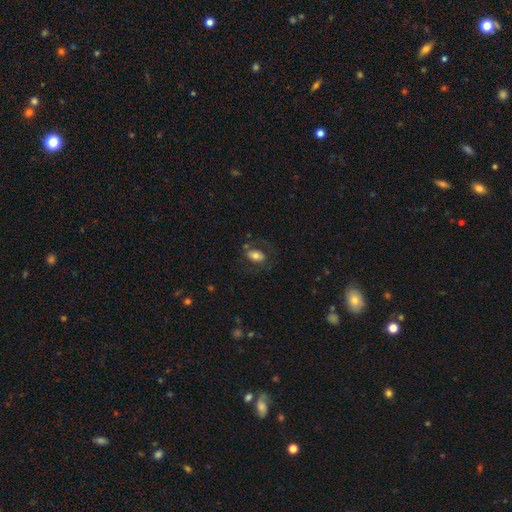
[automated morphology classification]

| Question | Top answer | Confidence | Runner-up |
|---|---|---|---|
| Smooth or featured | smooth | 64% | featured or disk (28%) |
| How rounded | in between | 88% | round (9%) |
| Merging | none | 63% | minor disturbance (18%) |